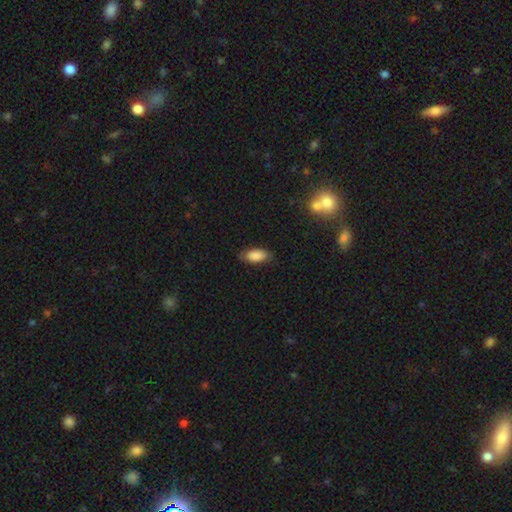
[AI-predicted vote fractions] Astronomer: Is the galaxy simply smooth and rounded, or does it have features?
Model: smooth — 85%.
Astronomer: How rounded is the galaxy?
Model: in between — 89%.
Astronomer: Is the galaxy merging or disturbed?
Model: none — 78%.